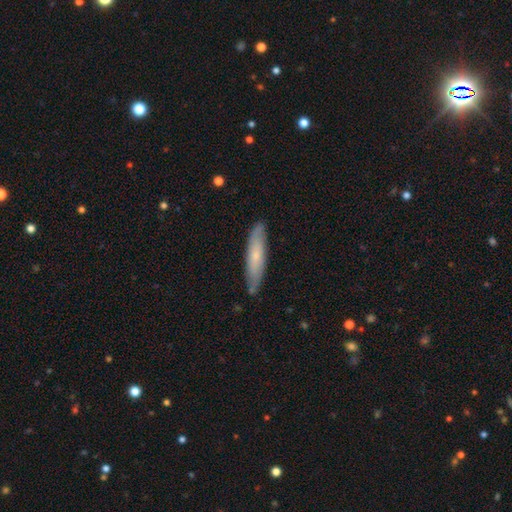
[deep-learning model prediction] Q: Smooth or featured?
A: smooth (60%); runner-up: featured or disk (34%)
Q: How rounded?
A: cigar-shaped (85%); runner-up: in between (14%)
Q: Merging?
A: none (83%); runner-up: minor disturbance (13%)